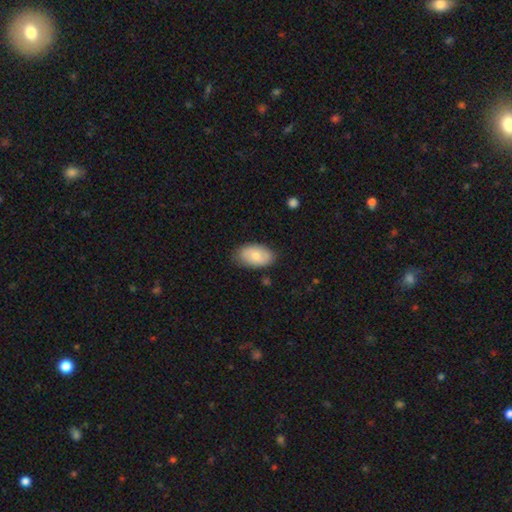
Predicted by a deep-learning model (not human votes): The model was most divided on "smooth or featured": smooth: 75%, featured or disk: 18%, star or artifact: 6%. More confident: how rounded — in between (93%); merging — none (79%).